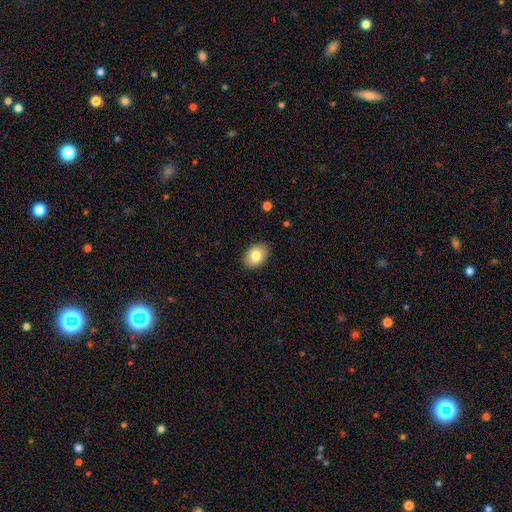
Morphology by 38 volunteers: This appears to be a smooth galaxy with no disk features (92%) that is in between round and cigar-shaped (77%). Merging: none (92%).